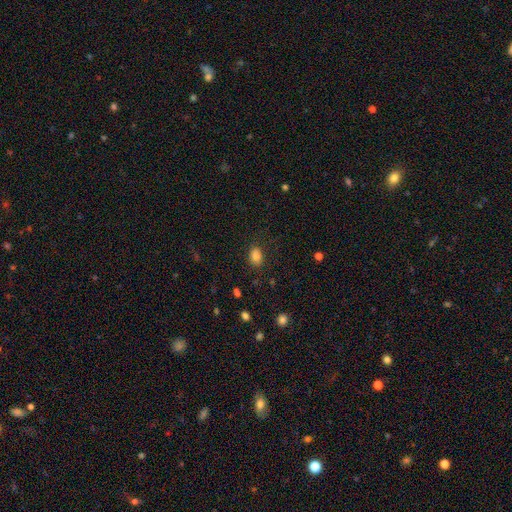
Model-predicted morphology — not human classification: Smooth or featured: smooth — 85% (star or artifact — 11%)
How rounded: in between — 76% (round — 23%)
Merging: none — 84% (minor disturbance — 11%)